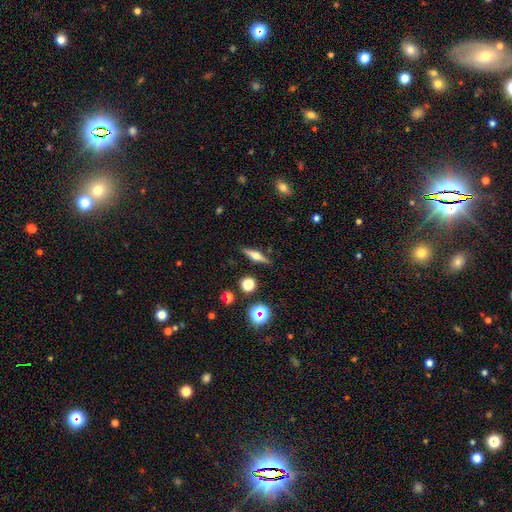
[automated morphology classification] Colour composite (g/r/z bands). It shows a featured or disk galaxy (60%) viewed edge-on (96%) with a rounded central bulge (91%). Merging: none (88%).